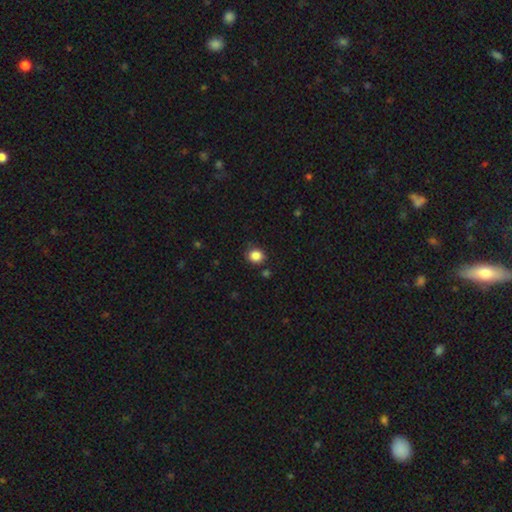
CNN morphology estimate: The model was most divided on "how rounded": round: 80%, in between: 20%, cigar-shaped: 1%. More confident: smooth or featured — smooth (85%); merging — none (83%).